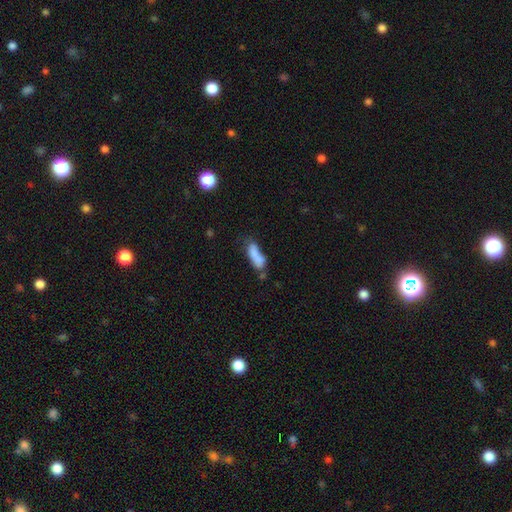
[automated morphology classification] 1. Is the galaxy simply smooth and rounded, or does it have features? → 75% smooth, 16% featured or disk, 9% star or artifact.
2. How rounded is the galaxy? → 62% in between, 35% cigar-shaped, 3% round.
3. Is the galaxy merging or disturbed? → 35% none, 26% minor disturbance, 23% merger, 17% major disturbance.